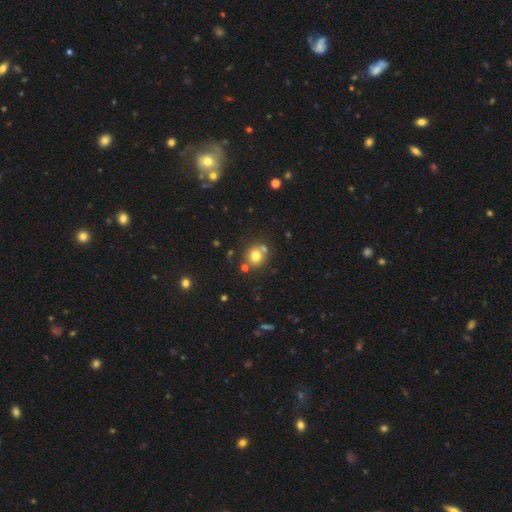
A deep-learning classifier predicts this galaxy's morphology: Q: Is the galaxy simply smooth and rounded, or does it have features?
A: smooth — 74%.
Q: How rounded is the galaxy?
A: round — 85%.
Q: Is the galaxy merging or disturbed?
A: none — 66%.